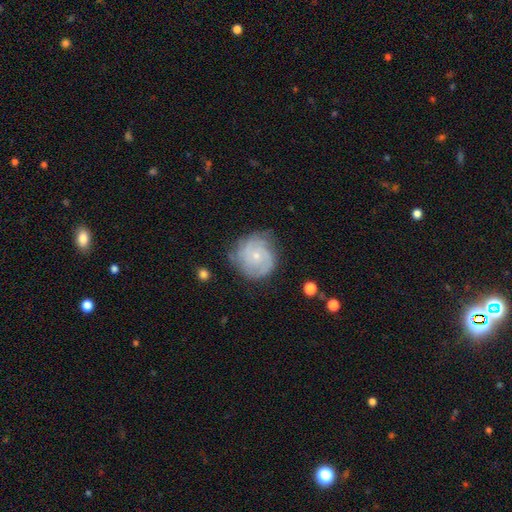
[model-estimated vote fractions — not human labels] featured or disk 70%, smooth 23%, star or artifact 7%. Down the decision tree: edge-on disk — no (98%); bar — no (79%); spiral arms — yes (89%); spiral arm count — can't tell (38%); spiral winding — tight (60%); bulge size — small (76%); merging — none (67%).